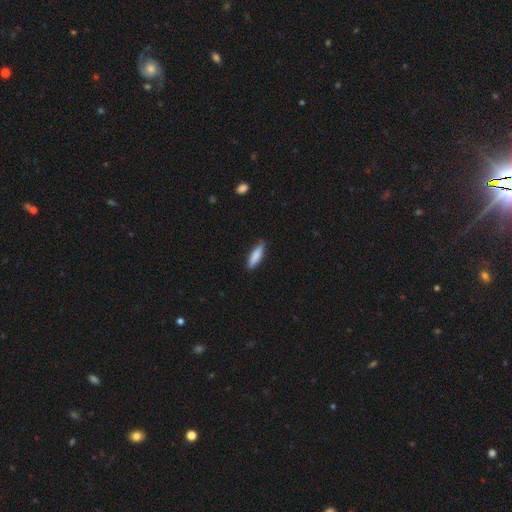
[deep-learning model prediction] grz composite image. It shows a smooth galaxy with no disk features (83%) that is cigar-shaped (63%). Merging: none (81%).